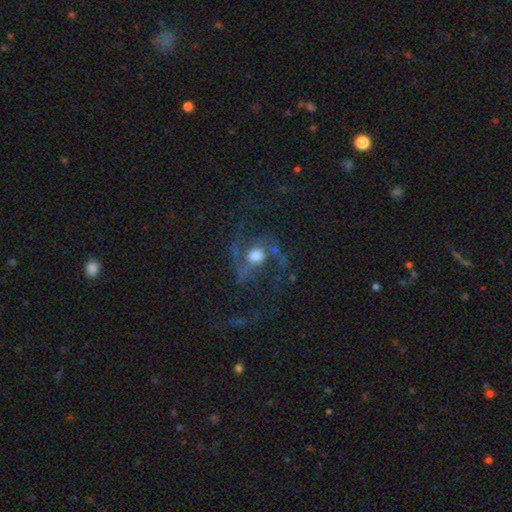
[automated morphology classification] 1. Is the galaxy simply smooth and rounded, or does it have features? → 70% featured or disk, 18% smooth, 12% star or artifact.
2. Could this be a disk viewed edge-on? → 96% no, 4% yes.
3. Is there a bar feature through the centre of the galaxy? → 64% no, 27% weak, 9% strong.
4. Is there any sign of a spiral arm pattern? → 85% yes, 15% no.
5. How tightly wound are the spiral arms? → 48% loose, 41% medium, 11% tight.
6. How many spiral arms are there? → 71% 2, 10% can't tell, 7% 3, 6% 1, 3% 4, 3% more than 4.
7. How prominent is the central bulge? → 50% moderate, 31% large, 11% small, 5% dominant, 3% none.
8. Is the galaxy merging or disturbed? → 53% none, 26% major disturbance, 17% minor disturbance, 4% merger.